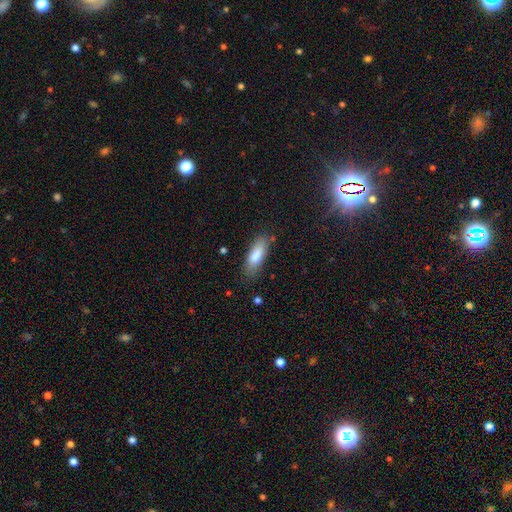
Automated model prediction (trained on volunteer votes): smooth 80%, featured or disk 13%, star or artifact 7%. Down the decision tree: how rounded — in between (57%); merging — none (79%).